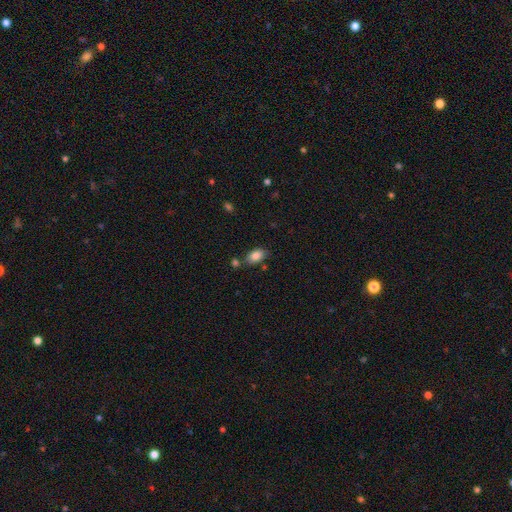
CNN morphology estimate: Smooth or featured: smooth — 84% (star or artifact — 8%)
How rounded: in between — 90% (round — 8%)
Merging: none — 71% (minor disturbance — 14%)